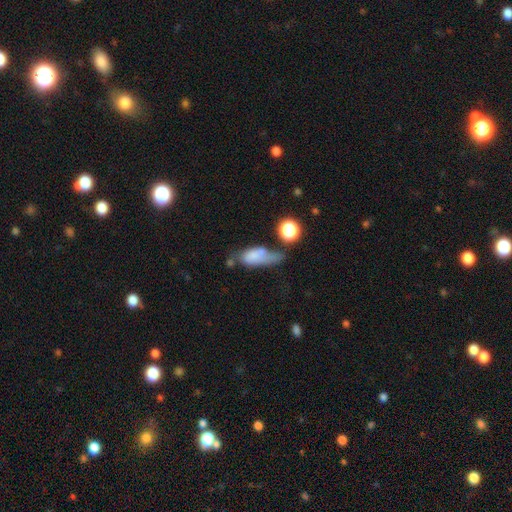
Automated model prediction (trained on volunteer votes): smooth 71%, featured or disk 19%, star or artifact 11%. Down the decision tree: how rounded — in between (78%); merging — major disturbance (28%).